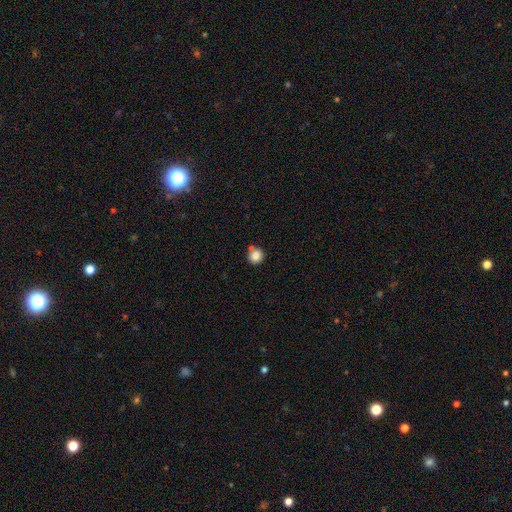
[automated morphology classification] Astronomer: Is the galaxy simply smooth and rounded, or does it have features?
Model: smooth — 84%.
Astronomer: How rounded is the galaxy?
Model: round — 93%.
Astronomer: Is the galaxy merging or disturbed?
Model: none — 73%.